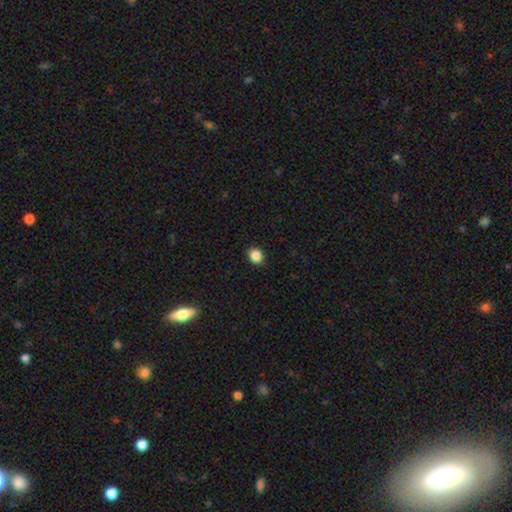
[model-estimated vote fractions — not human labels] smooth-or-featured: smooth: 87% | star or artifact: 9% | featured or disk: 3%
  how-rounded: round: 62% | in between: 37% | cigar-shaped: 1%
  merging: none: 91% | minor disturbance: 6% | major disturbance: 2% | merger: 1%